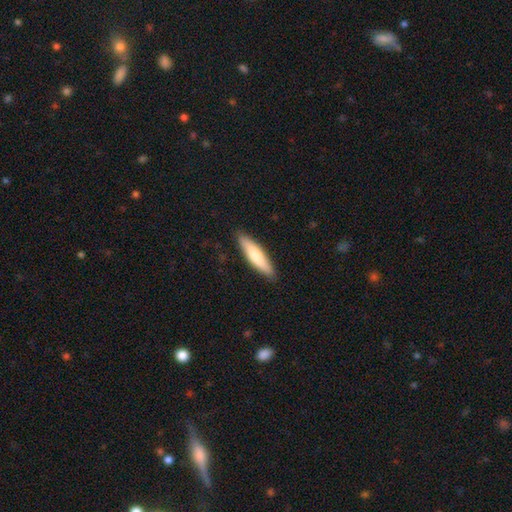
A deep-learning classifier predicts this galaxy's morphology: This is likely a smooth galaxy (74%). How rounded: likely cigar-shaped (77%). Merging: clearly none (88%).